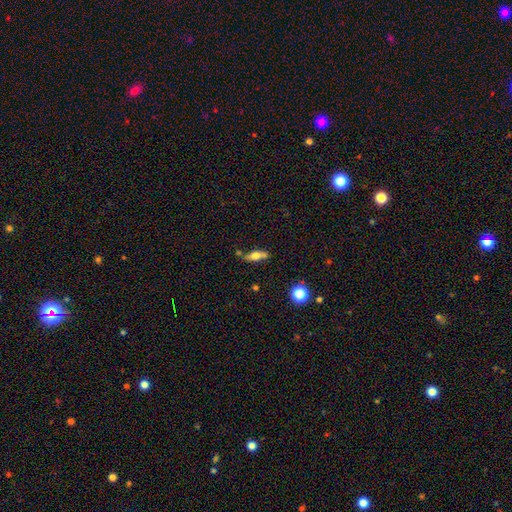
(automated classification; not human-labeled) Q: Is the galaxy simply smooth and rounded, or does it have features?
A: smooth — 62%.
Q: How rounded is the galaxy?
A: in between — 61%.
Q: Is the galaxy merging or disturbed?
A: none — 65%.